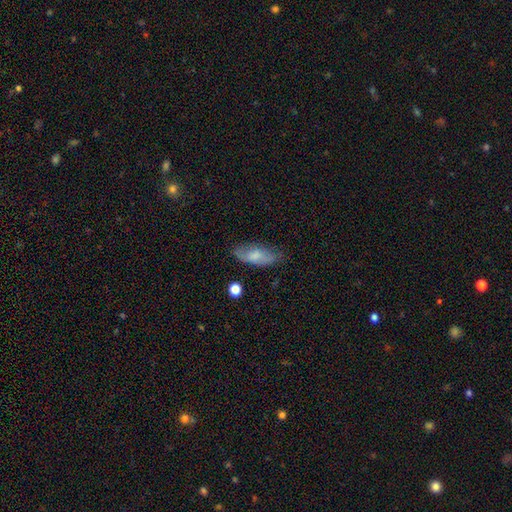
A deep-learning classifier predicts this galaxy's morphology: Smooth or featured? Predicted: smooth (p=0.66). How rounded? Predicted: in between (p=0.78). Merging? Predicted: none (p=0.68).